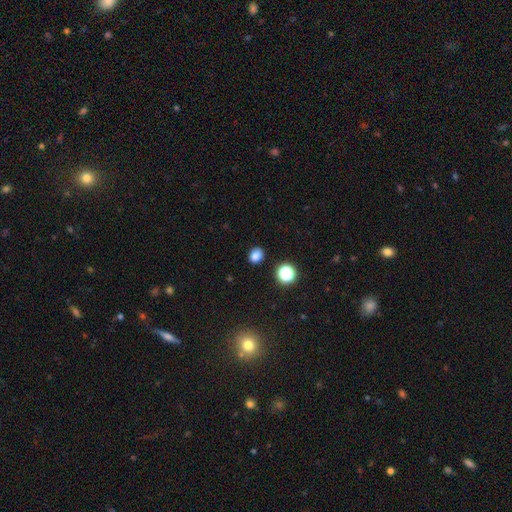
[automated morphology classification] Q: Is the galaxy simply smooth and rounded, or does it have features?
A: smooth — 82%.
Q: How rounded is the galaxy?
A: round — 59%.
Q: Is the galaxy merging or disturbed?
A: none — 88%.